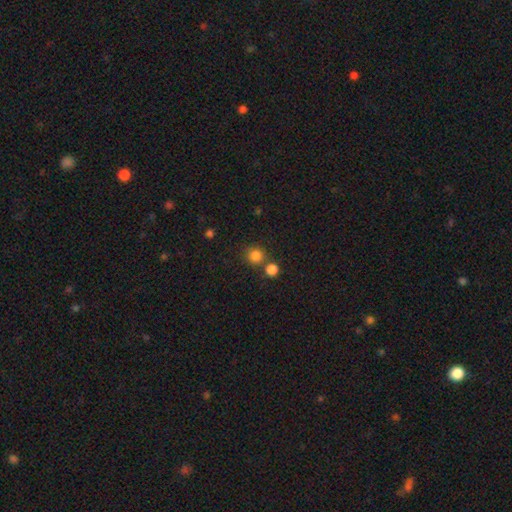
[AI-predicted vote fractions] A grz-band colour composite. It shows a smooth galaxy with no disk features (82%) that is round (92%). Merging: none (72%).